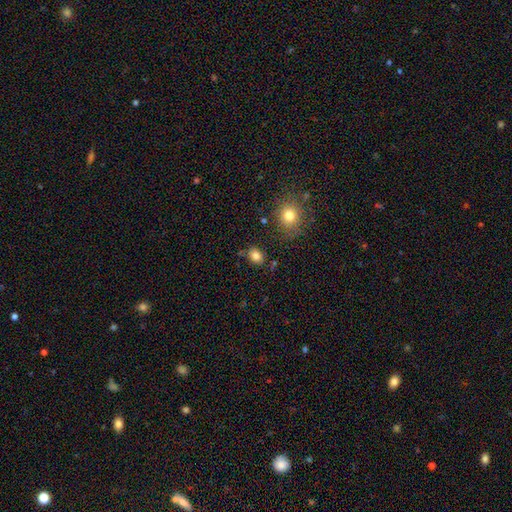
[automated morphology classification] Smooth or featured?
  - smooth: 82% *
  - star or artifact: 11%
  - featured or disk: 7%
How rounded?
  - in between: 57% *
  - round: 42%
  - cigar-shaped: 1%
Merging?
  - none: 78% *
  - minor disturbance: 14%
  - merger: 5%
  - major disturbance: 4%